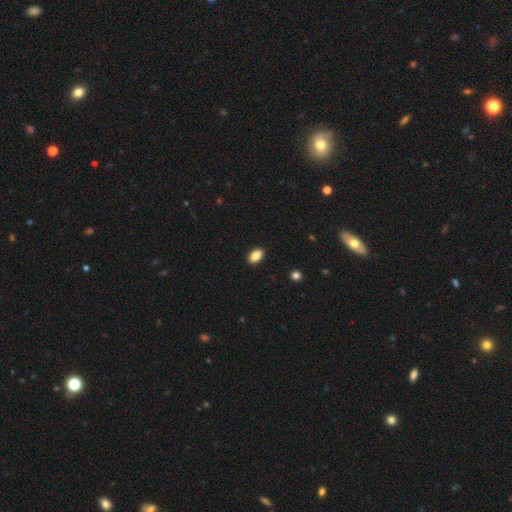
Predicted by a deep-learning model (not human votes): A smooth galaxy with no disk features (85%) that is in between round and cigar-shaped (87%). Merging: none (90%).